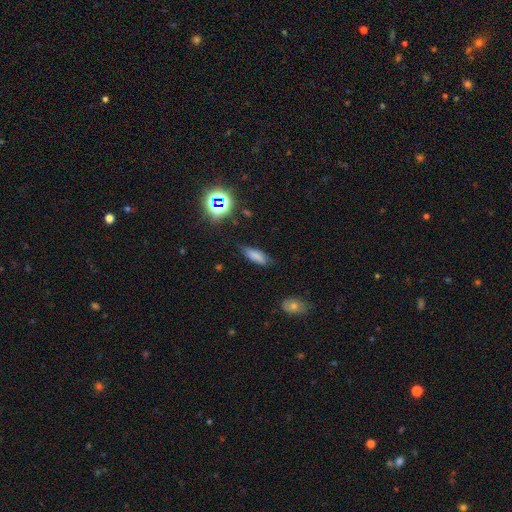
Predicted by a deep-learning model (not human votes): Smooth or featured? Predicted: smooth (p=0.74). How rounded? Predicted: in between (p=0.59). Merging? Predicted: none (p=0.70).